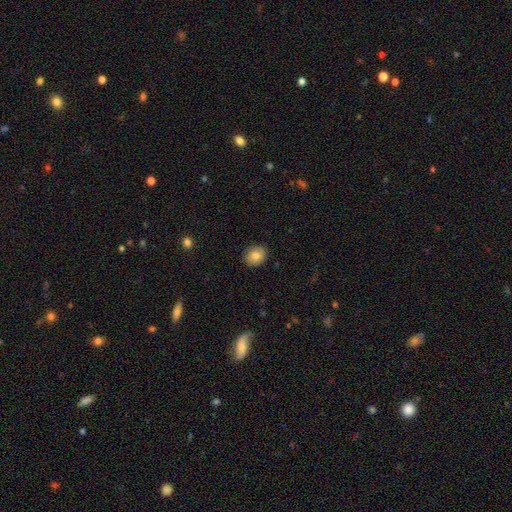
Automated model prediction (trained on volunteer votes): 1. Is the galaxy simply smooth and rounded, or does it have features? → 83% smooth, 9% star or artifact, 8% featured or disk.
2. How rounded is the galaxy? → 66% round, 33% in between, 1% cigar-shaped.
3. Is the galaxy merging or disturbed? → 89% none, 8% minor disturbance, 2% major disturbance, 1% merger.